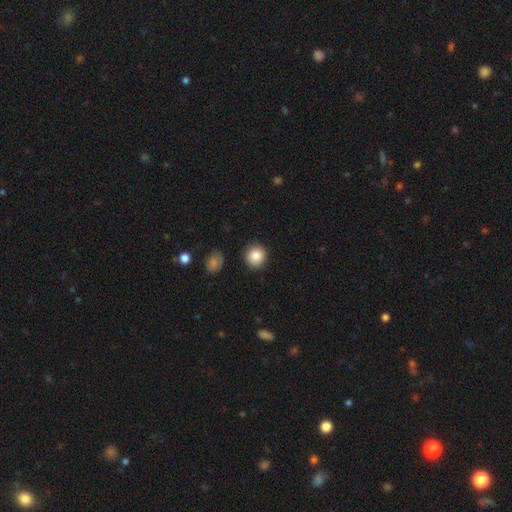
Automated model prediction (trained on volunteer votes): smooth-or-featured: smooth: 85% | star or artifact: 9% | featured or disk: 6%
  how-rounded: round: 90% | in between: 10% | cigar-shaped: 1%
  merging: none: 89% | minor disturbance: 8% | major disturbance: 2% | merger: 2%